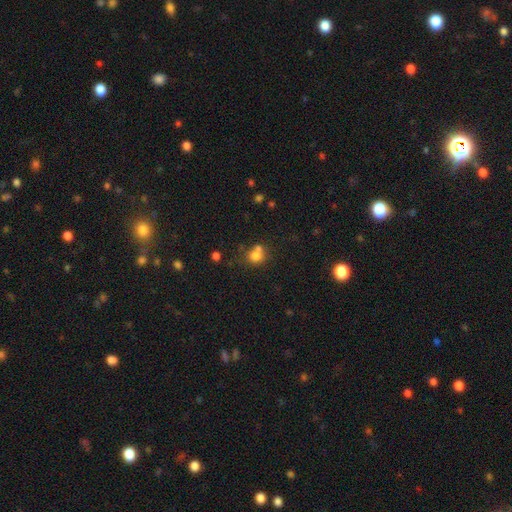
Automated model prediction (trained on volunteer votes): Smooth or featured? Predicted: smooth (p=0.76). How rounded? Predicted: round (p=0.80). Merging? Predicted: none (p=0.47).